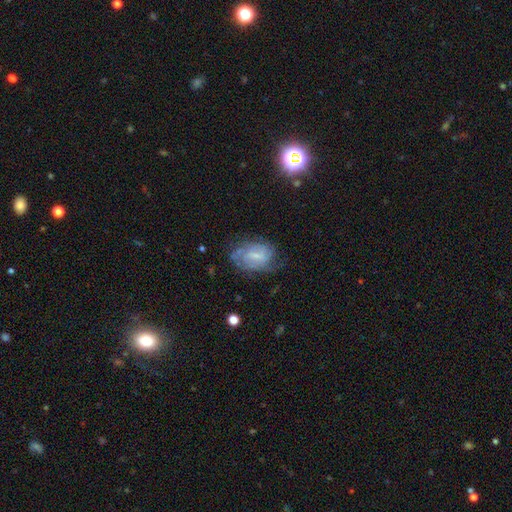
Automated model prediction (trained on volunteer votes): A featured or disk galaxy (63%) with a weak bar (53%), spiral arms (79%) and a small central bulge (57%).

Vote fractions:
- Smooth or featured? featured or disk: 63% / smooth: 28% / star or artifact: 10%
- Edge-on disk? no: 96% / yes: 4%
- Bar? weak: 53% / no: 35% / strong: 13%
- Spiral arms? yes: 79% / no: 21%
- Bulge size? small: 57% / moderate: 21% / none: 19% / large: 2% / dominant: 1%
- Merging? none: 57% / minor disturbance: 26% / major disturbance: 14% / merger: 2%